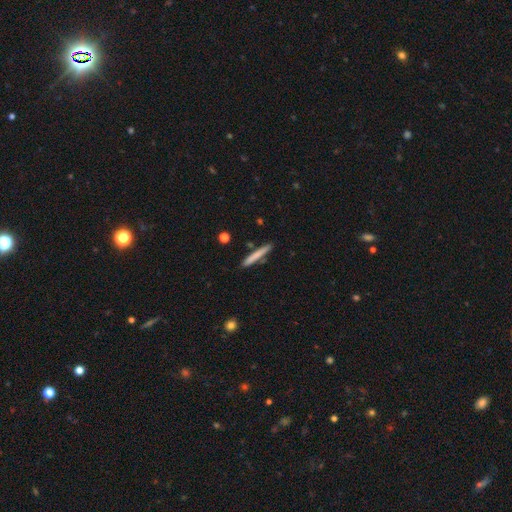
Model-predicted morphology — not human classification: smooth-or-featured: smooth: 72% | featured or disk: 23% | star or artifact: 6%
  how-rounded: cigar-shaped: 96% | in between: 3% | round: 1%
  merging: none: 86% | minor disturbance: 9% | merger: 3% | major disturbance: 2%